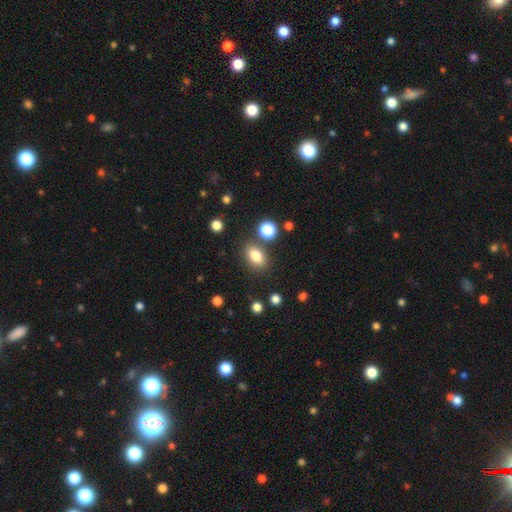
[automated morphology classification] smooth-or-featured: smooth: 82% | star or artifact: 10% | featured or disk: 8%
  how-rounded: in between: 82% | round: 15% | cigar-shaped: 3%
  merging: none: 78% | minor disturbance: 11% | merger: 7% | major disturbance: 3%